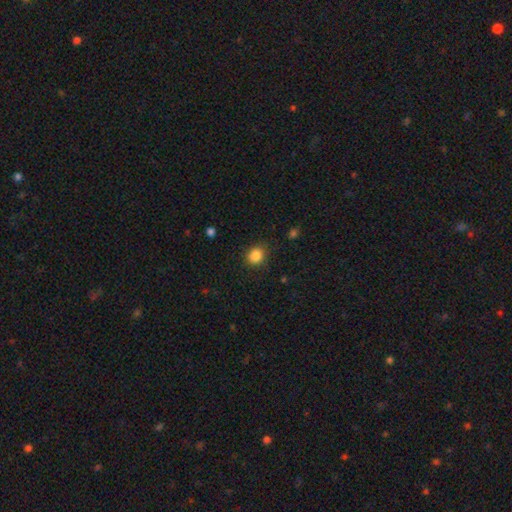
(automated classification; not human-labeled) smooth 85%, star or artifact 11%, featured or disk 4%. Down the decision tree: how rounded — round (79%); merging — none (84%).